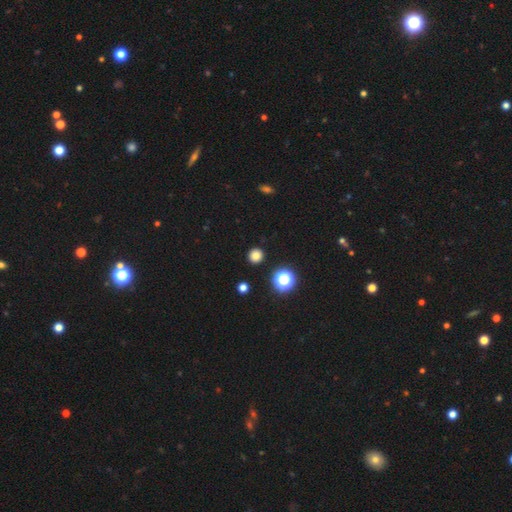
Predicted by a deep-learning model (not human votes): This is likely a smooth galaxy (79%). How rounded: clearly round (94%). Merging: clearly none (92%).